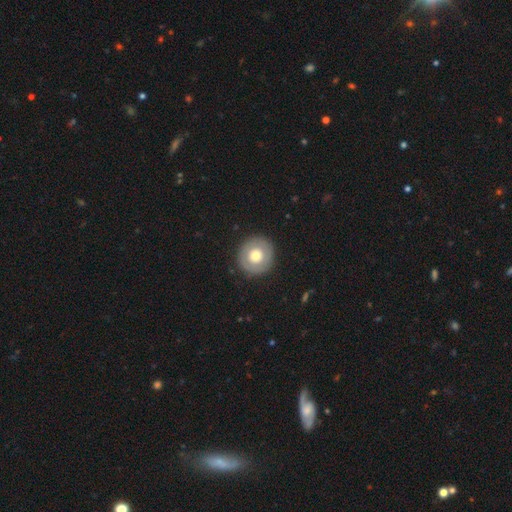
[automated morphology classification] Q: Smooth or featured?
A: smooth (61%); runner-up: featured or disk (32%)
Q: How rounded?
A: round (93%); runner-up: in between (6%)
Q: Merging?
A: none (89%); runner-up: minor disturbance (7%)